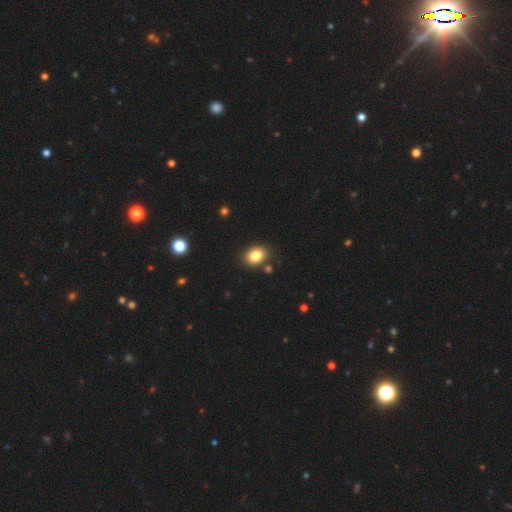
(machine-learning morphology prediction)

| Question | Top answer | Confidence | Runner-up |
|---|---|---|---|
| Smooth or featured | smooth | 84% | star or artifact (10%) |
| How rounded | in between | 63% | round (36%) |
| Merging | none | 81% | minor disturbance (10%) |